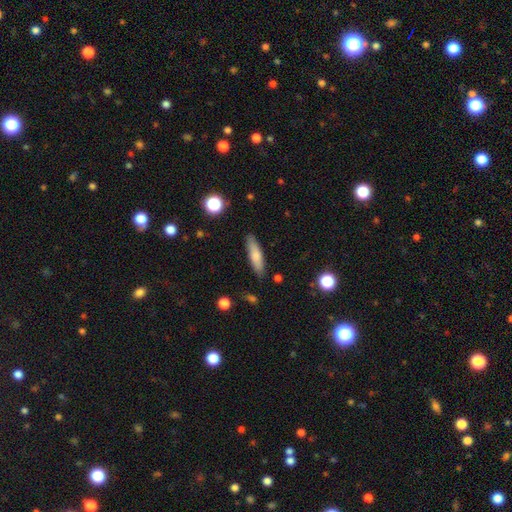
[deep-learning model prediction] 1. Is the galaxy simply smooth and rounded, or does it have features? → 74% smooth, 20% featured or disk, 7% star or artifact.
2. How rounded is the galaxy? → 69% cigar-shaped, 29% in between, 2% round.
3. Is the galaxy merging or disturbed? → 86% none, 11% minor disturbance, 2% major disturbance, 2% merger.